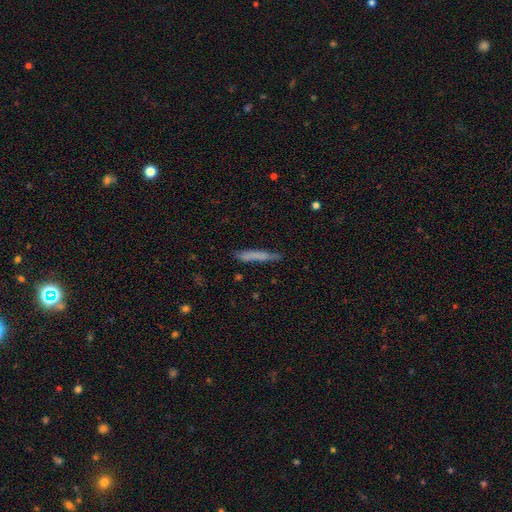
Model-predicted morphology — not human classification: Smooth or featured: smooth — 71% (featured or disk — 22%)
How rounded: cigar-shaped — 94% (in between — 5%)
Merging: none — 74% (minor disturbance — 20%)